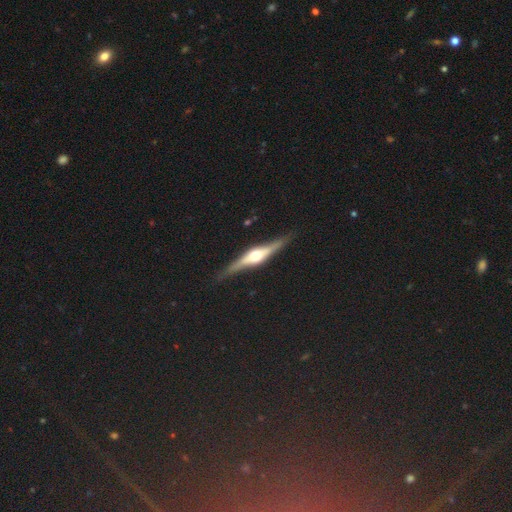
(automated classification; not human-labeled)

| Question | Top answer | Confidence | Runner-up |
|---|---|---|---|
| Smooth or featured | featured or disk | 79% | smooth (16%) |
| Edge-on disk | yes | 97% | no (3%) |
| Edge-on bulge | rounded | 92% | boxy (7%) |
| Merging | none | 87% | minor disturbance (10%) |